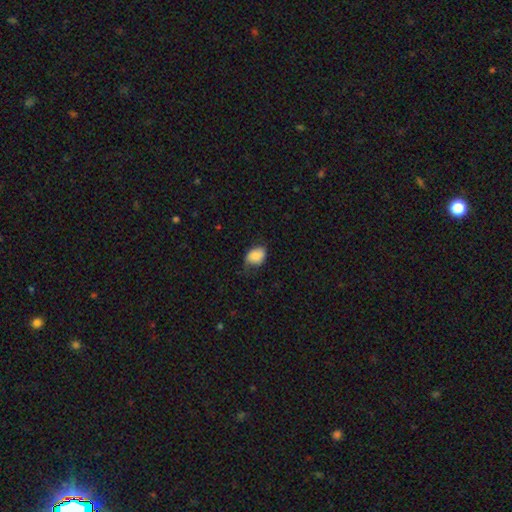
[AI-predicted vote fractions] smooth_or_featured: smooth (p=0.83) [alt: featured or disk p=0.10]
how_rounded: in between (p=0.74) [alt: round p=0.25]
merging: none (p=0.53) [alt: minor disturbance p=0.35]